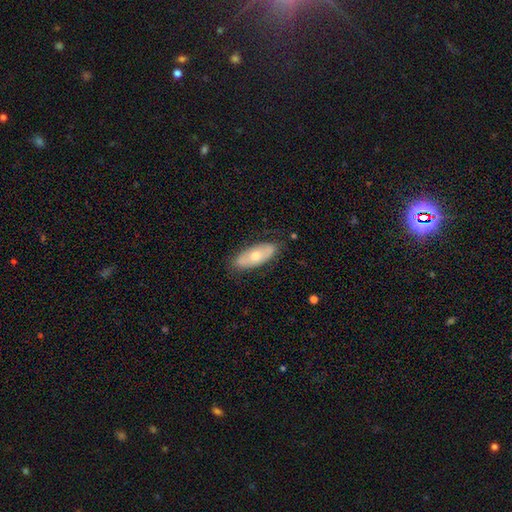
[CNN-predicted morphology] Smooth or featured?
  - smooth: 54% *
  - featured or disk: 40%
  - star or artifact: 6%
How rounded?
  - in between: 83% *
  - cigar-shaped: 14%
  - round: 3%
Merging?
  - none: 82% *
  - minor disturbance: 14%
  - major disturbance: 3%
  - merger: 1%